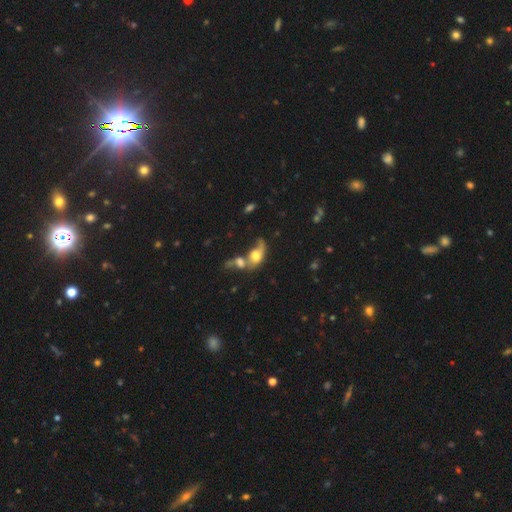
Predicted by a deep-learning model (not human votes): smooth-or-featured: smooth: 54% | featured or disk: 35% | star or artifact: 10%
  how-rounded: in between: 69% | round: 26% | cigar-shaped: 5%
  merging: merger: 66% | major disturbance: 14% | none: 13% | minor disturbance: 8%